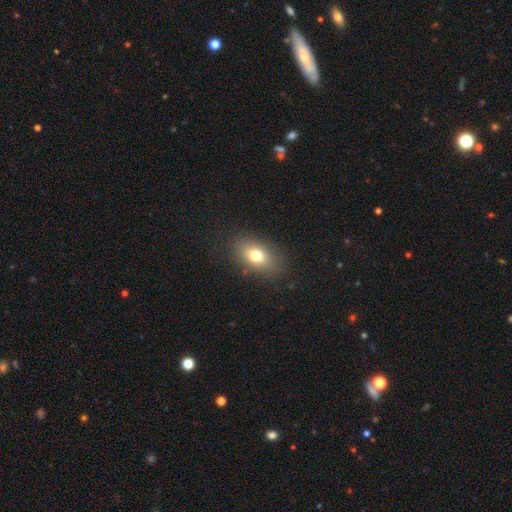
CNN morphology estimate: A smooth galaxy with no disk features (74%) that is in between round and cigar-shaped (83%).

Vote fractions:
- Smooth or featured? smooth: 74% / featured or disk: 15% / star or artifact: 11%
- How rounded? in between: 83% / round: 14% / cigar-shaped: 2%
- Merging? none: 83% / minor disturbance: 11% / major disturbance: 5% / merger: 1%